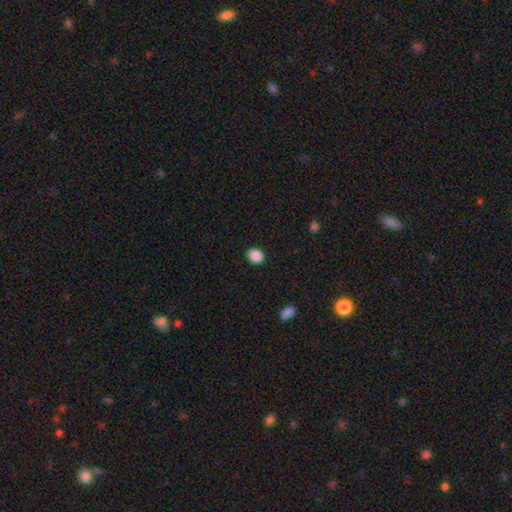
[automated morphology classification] smooth-or-featured: smooth: 89% | star or artifact: 9% | featured or disk: 2%
  how-rounded: round: 52% | in between: 47% | cigar-shaped: 1%
  merging: none: 90% | minor disturbance: 7% | major disturbance: 2% | merger: 1%